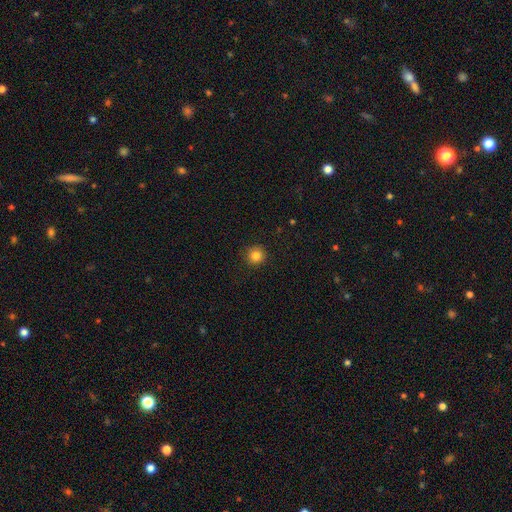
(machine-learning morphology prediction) Overall: smooth (84%). How rounded: round (94%). Merging: none (92%).